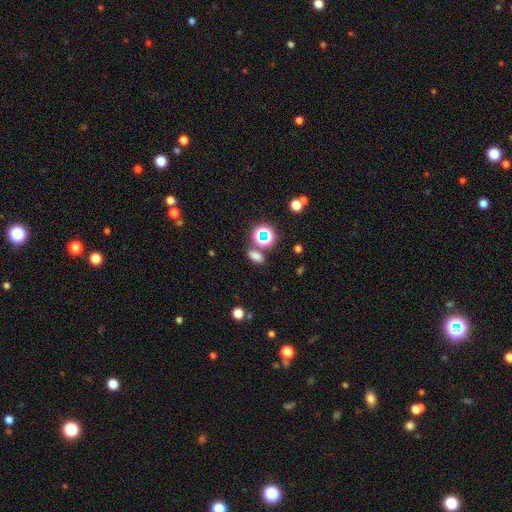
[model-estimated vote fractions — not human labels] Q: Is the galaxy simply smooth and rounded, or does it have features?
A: smooth — 69%.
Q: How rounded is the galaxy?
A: in between — 76%.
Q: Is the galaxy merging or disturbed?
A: none — 75%.